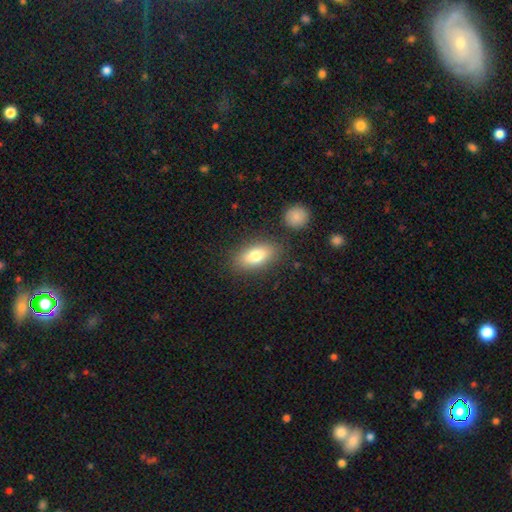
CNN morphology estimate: smooth-or-featured: smooth: 78% | featured or disk: 14% | star or artifact: 8%
  how-rounded: in between: 86% | cigar-shaped: 8% | round: 6%
  merging: none: 81% | minor disturbance: 11% | merger: 4% | major disturbance: 4%